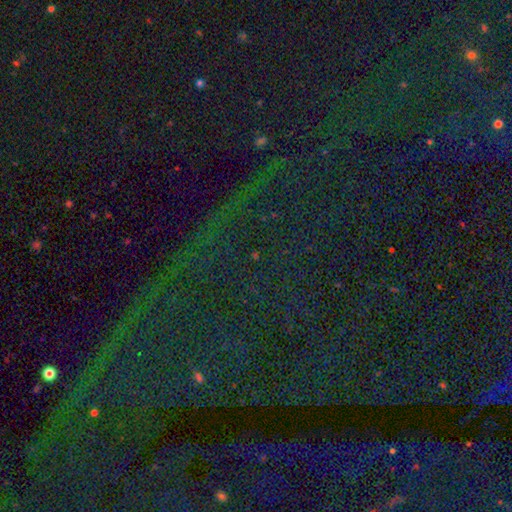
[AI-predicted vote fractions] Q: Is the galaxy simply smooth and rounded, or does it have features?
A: star or artifact — 79%.